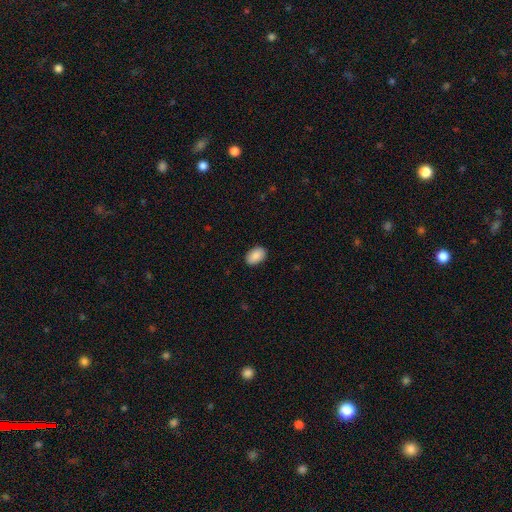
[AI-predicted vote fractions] A smooth galaxy with no disk features (89%) that is in between round and cigar-shaped (89%).

Vote fractions:
- Smooth or featured? smooth: 89% / star or artifact: 7% / featured or disk: 4%
- How rounded? in between: 89% / round: 10% / cigar-shaped: 1%
- Merging? none: 89% / minor disturbance: 8% / major disturbance: 2% / merger: 1%